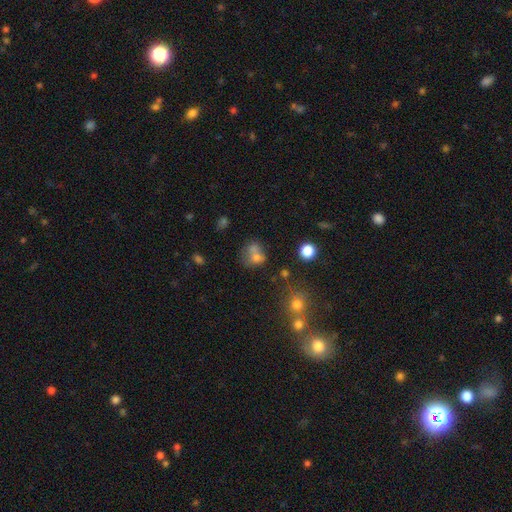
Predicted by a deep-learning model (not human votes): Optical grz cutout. It shows a smooth galaxy with no disk features (67%) that is round (61%). Merging: merger (49%).